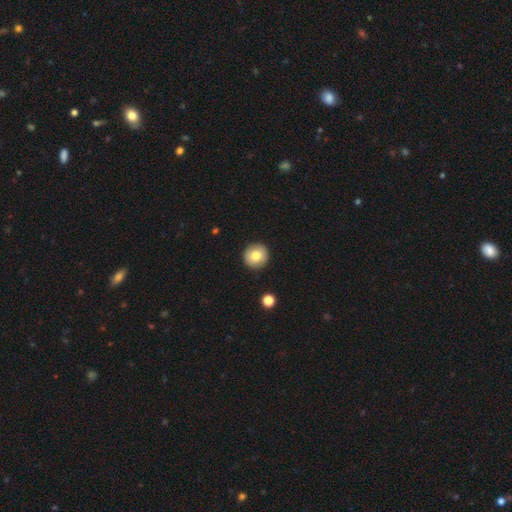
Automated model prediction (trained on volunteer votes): A smooth galaxy with no disk features (78%) that is round (95%). Merging: none (91%).